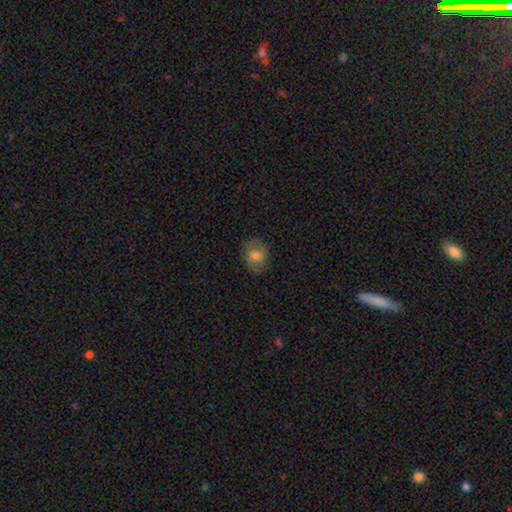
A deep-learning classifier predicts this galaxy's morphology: A smooth galaxy with no disk features (65%) that is round (61%).

Vote fractions:
- Smooth or featured? smooth: 65% / featured or disk: 26% / star or artifact: 9%
- How rounded? round: 61% / in between: 38% / cigar-shaped: 1%
- Merging? none: 73% / minor disturbance: 19% / major disturbance: 6% / merger: 1%